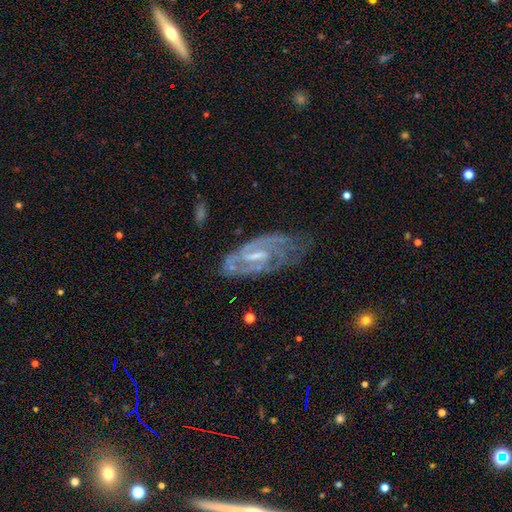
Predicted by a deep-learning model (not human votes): smooth_or_featured: featured or disk (p=0.85) [alt: smooth p=0.08]
disk_edge_on: no (p=0.93) [alt: yes p=0.07]
bar: weak (p=0.51) [alt: strong p=0.28]
has_spiral_arms: yes (p=0.94) [alt: no p=0.06]
spiral_winding: tight (p=0.45) [alt: medium p=0.43]
spiral_arm_count: 2 (p=0.65) [alt: can't tell p=0.16]
bulge_size: small (p=0.50) [alt: moderate p=0.30]
merging: none (p=0.61) [alt: minor disturbance p=0.24]